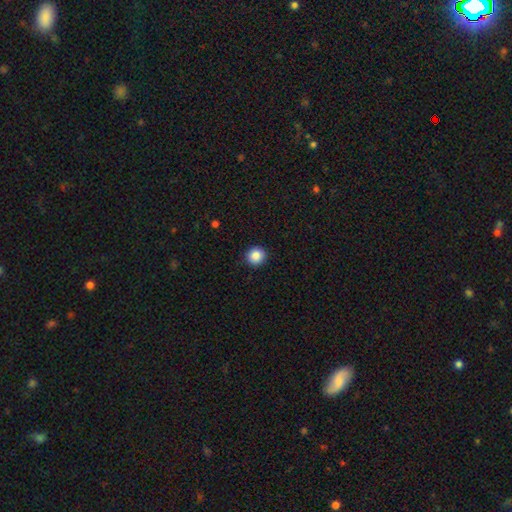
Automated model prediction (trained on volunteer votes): Smooth or featured? smooth (87%)
How rounded? round (92%)
Merging? none (93%)